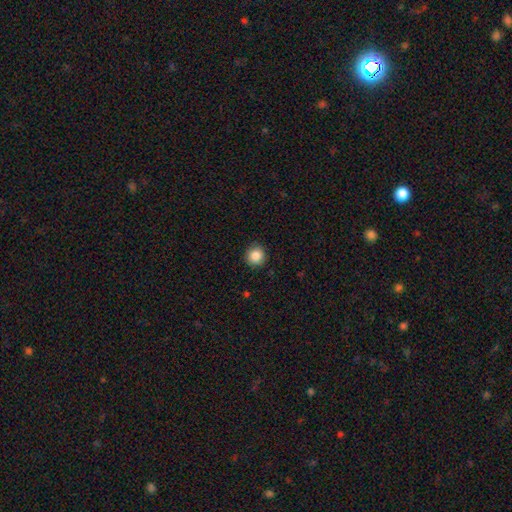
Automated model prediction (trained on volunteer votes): Smooth or featured?
  - smooth: 87% *
  - star or artifact: 9%
  - featured or disk: 4%
How rounded?
  - round: 94% *
  - in between: 5%
  - cigar-shaped: 1%
Merging?
  - none: 91% *
  - minor disturbance: 7%
  - major disturbance: 2%
  - merger: 1%